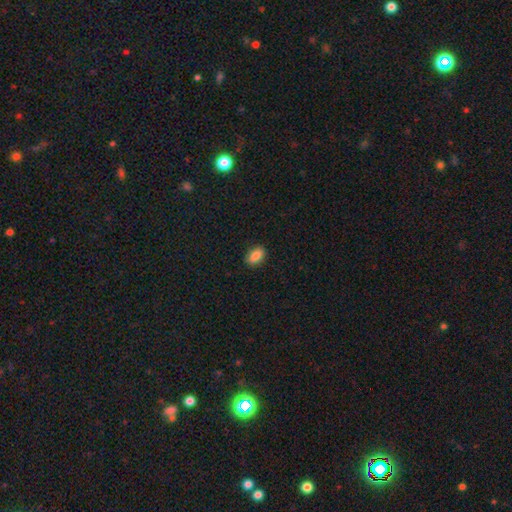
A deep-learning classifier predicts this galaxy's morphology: This is clearly a smooth galaxy (87%). How rounded: clearly in between (90%). Merging: clearly none (89%).